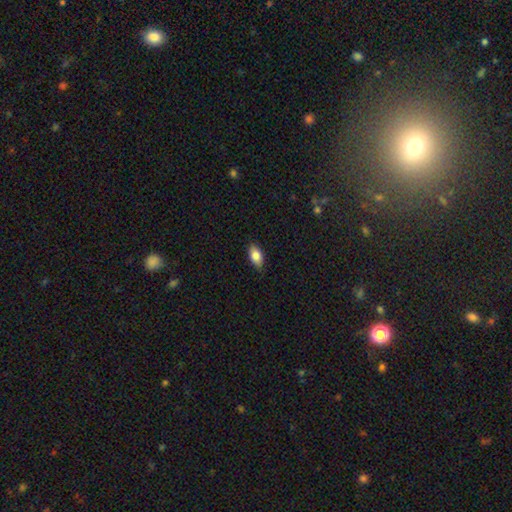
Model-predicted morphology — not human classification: A smooth galaxy with no disk features (83%) that is in between round and cigar-shaped (90%). Merging: none (85%).